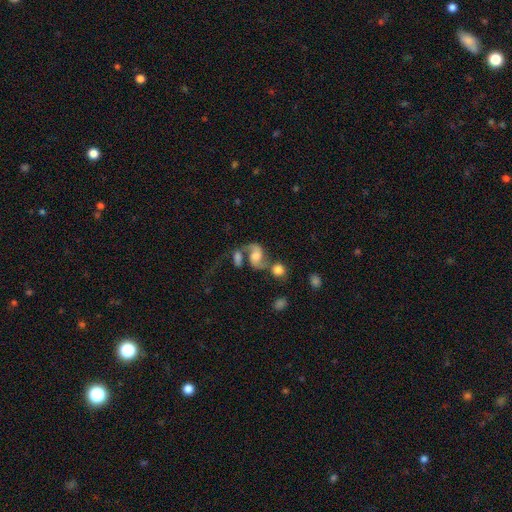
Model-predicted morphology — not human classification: This is likely a featured or disk galaxy (74%). It is clearly not viewed edge-on (97%). Bar: possibly no (53%). Spiral arm pattern: clearly yes (94%). Spiral arm count: clearly 2 (90%). Spiral winding: possibly loose (54%). Central bulge: marginally moderate (44%). Merging: marginally merger (41%).